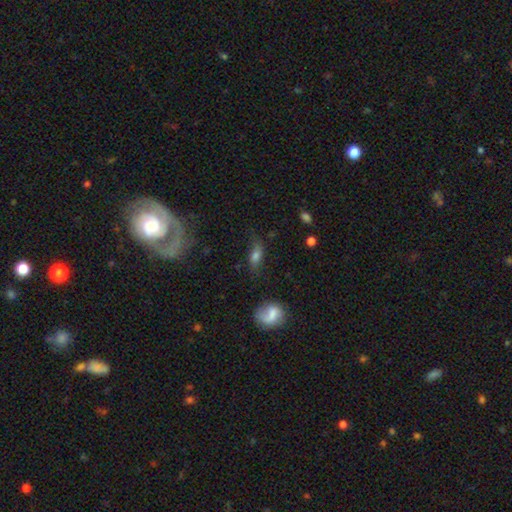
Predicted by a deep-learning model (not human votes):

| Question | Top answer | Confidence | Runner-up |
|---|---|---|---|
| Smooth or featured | smooth | 64% | featured or disk (23%) |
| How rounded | in between | 75% | cigar-shaped (16%) |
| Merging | none | 60% | minor disturbance (24%) |